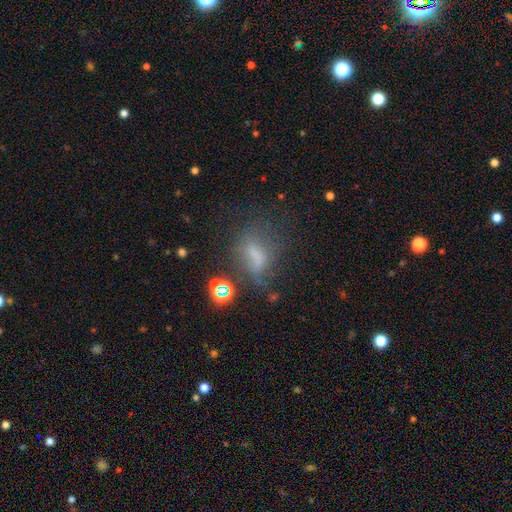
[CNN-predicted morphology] smooth_or_featured: smooth (p=0.47) [alt: featured or disk p=0.28]
merging: none (p=0.36) [alt: major disturbance p=0.32]